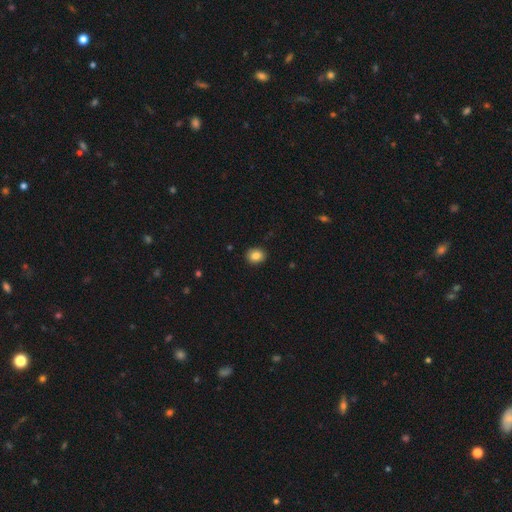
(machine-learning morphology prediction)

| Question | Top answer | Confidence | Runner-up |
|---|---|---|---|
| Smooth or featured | smooth | 86% | star or artifact (9%) |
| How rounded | round | 63% | in between (36%) |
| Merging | none | 89% | minor disturbance (8%) |